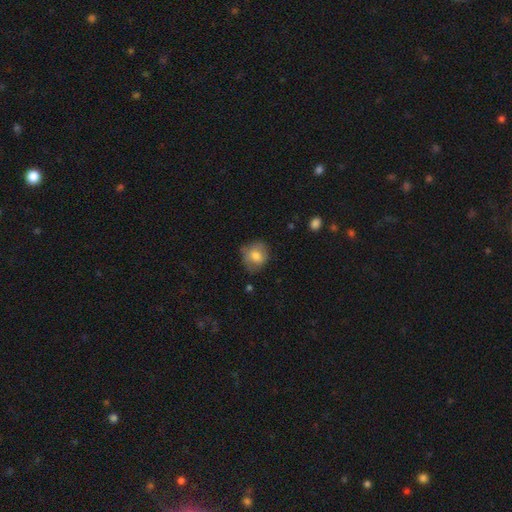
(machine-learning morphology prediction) A smooth galaxy with no disk features (75%) that is round (73%). Merging: none (64%).